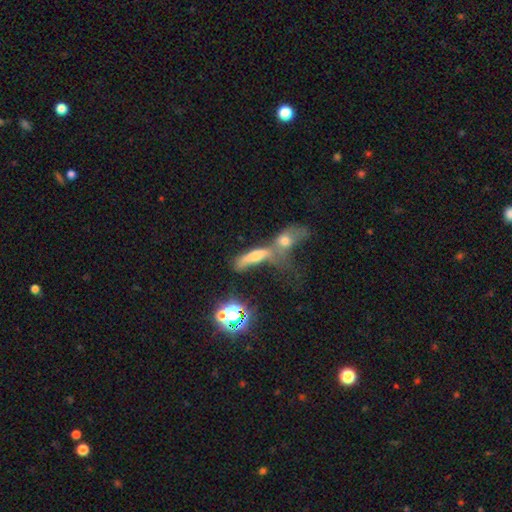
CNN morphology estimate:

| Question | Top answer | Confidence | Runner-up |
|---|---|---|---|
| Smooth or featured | smooth | 48% | featured or disk (31%) |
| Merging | merger | 64% | none (16%) |